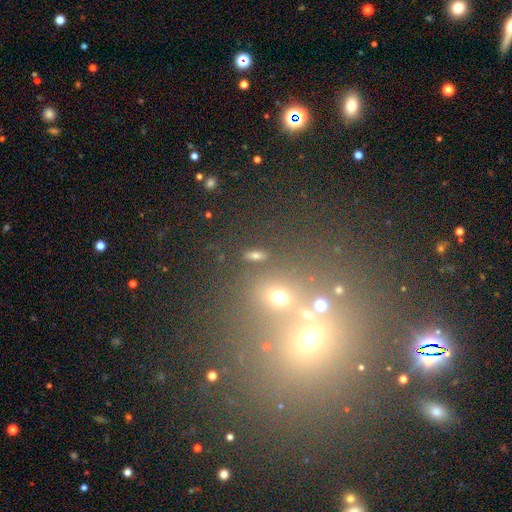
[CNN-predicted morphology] Smooth or featured? smooth (49%)
Merging? none (64%)